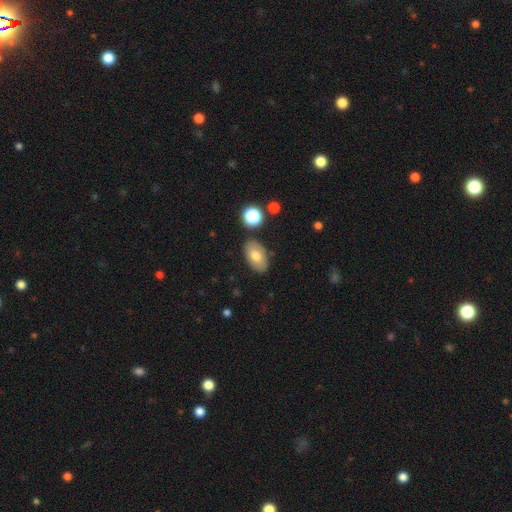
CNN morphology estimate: smooth_or_featured: smooth (p=0.72) [alt: featured or disk p=0.20]
how_rounded: in between (p=0.92) [alt: round p=0.07]
merging: none (p=0.82) [alt: minor disturbance p=0.11]